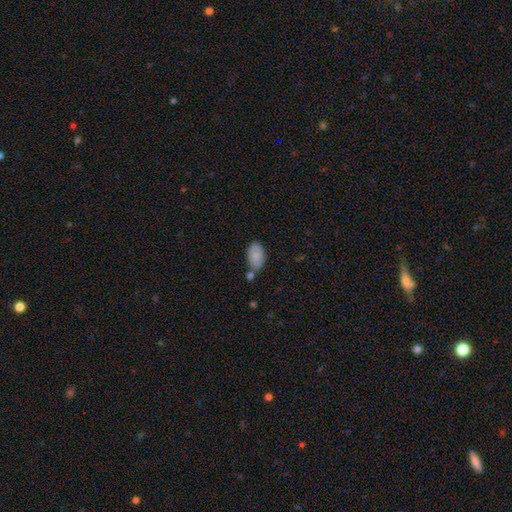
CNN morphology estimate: Smooth or featured?
  - smooth: 86% *
  - featured or disk: 7%
  - star or artifact: 7%
How rounded?
  - in between: 94% *
  - round: 5%
  - cigar-shaped: 1%
Merging?
  - none: 60% *
  - merger: 18%
  - minor disturbance: 17%
  - major disturbance: 5%